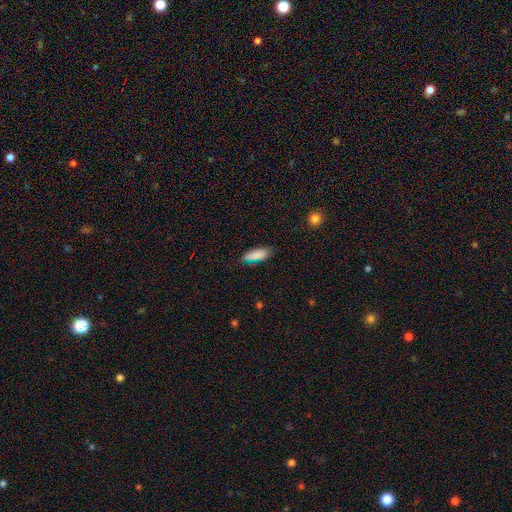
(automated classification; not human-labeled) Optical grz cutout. It shows a smooth galaxy with no disk features (85%) that is in between round and cigar-shaped (63%). Merging: none (76%).